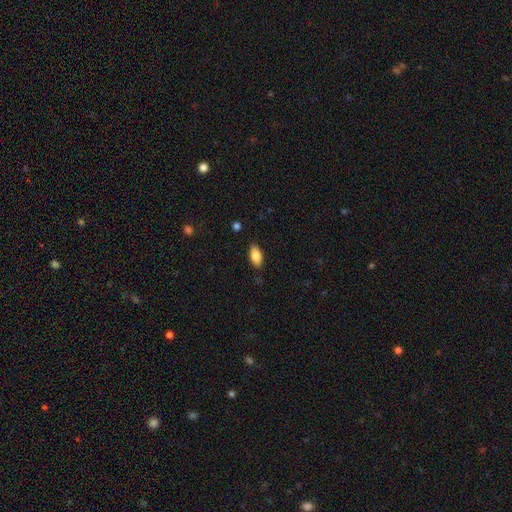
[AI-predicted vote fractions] Overall: smooth (83%). How rounded: in between (89%). Merging: none (85%).